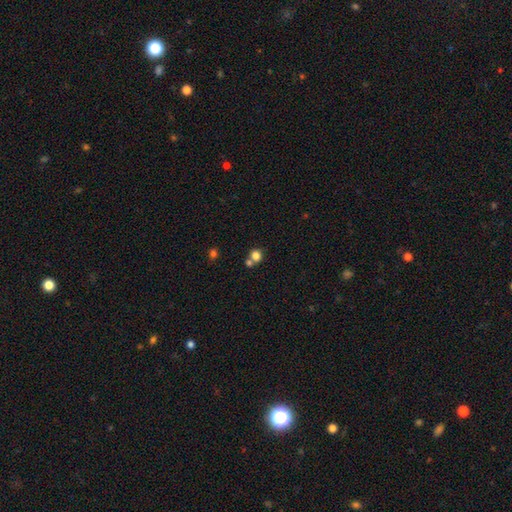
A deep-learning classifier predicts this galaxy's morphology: A smooth galaxy with no disk features (80%) that is round (82%). Merging: none (52%).